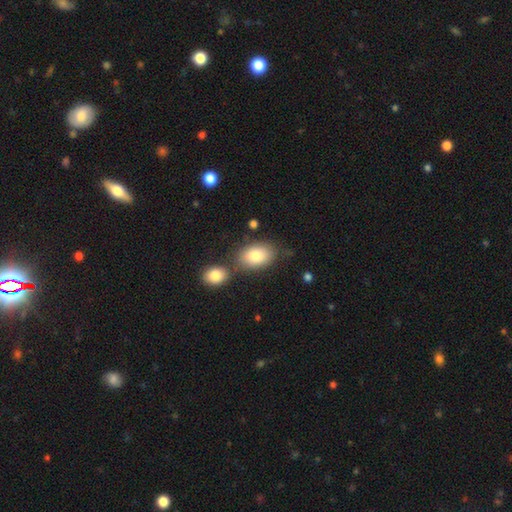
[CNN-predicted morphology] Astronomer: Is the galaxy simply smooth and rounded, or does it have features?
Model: smooth — 82%.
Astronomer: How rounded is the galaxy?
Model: in between — 89%.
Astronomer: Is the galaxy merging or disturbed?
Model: none — 62%.